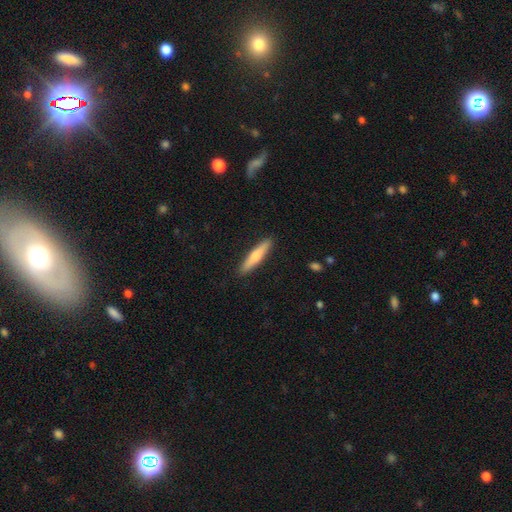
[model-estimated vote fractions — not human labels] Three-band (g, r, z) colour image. It shows a smooth galaxy with no disk features (62%) that is cigar-shaped (88%). Merging: none (90%).